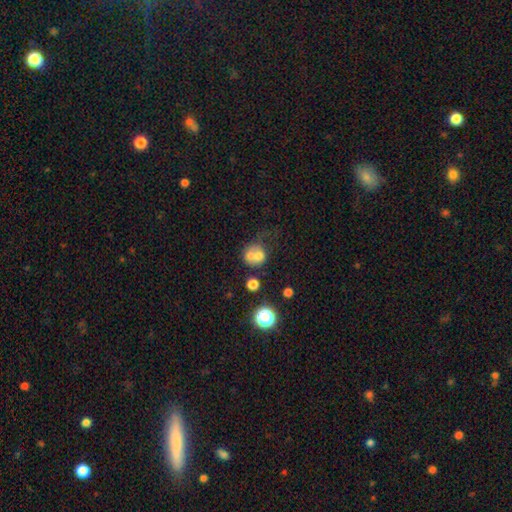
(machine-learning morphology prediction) type=smooth (64%); roundness=round (75%); merging=merger (58%).